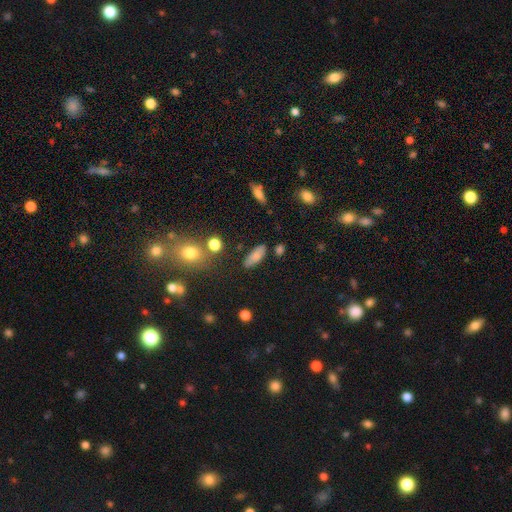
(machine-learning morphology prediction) type=smooth (80%); roundness=in between (71%); merging=none (79%).